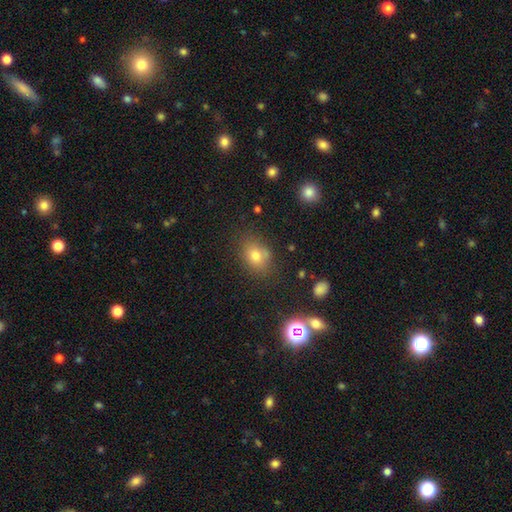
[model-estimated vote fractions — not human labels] smooth_or_featured: smooth (p=0.71) [alt: star or artifact p=0.17]
how_rounded: in between (p=0.57) [alt: round p=0.42]
merging: none (p=0.72) [alt: minor disturbance p=0.16]